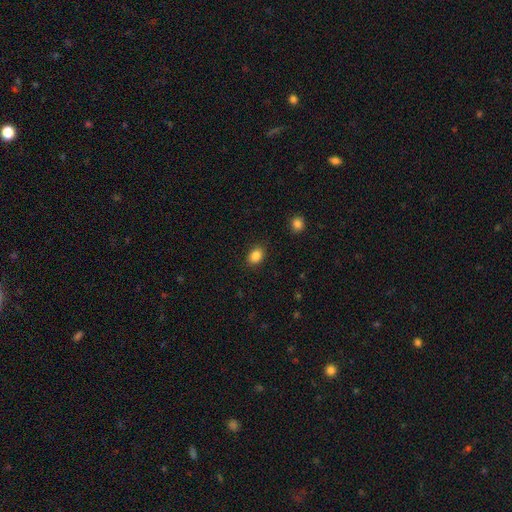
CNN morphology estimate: A smooth galaxy with no disk features (86%) that is in between round and cigar-shaped (63%). Merging: none (87%).